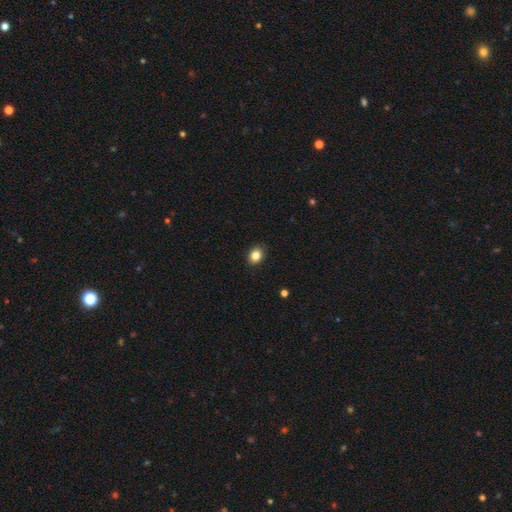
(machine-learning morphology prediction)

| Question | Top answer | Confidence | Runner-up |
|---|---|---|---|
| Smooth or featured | smooth | 85% | star or artifact (10%) |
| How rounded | in between | 51% | round (49%) |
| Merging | none | 89% | minor disturbance (8%) |